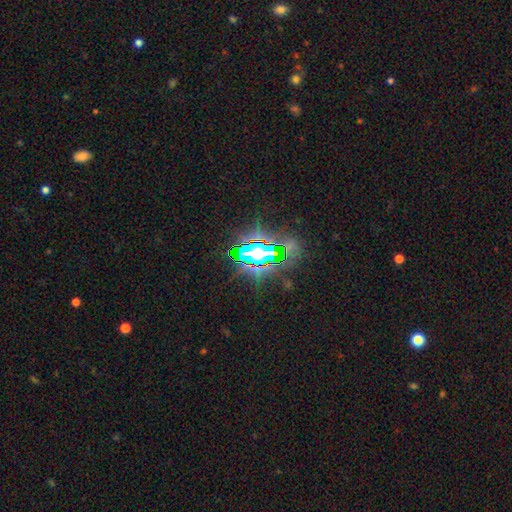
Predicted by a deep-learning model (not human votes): Smooth or featured?
  - star or artifact: 79% *
  - smooth: 11%
  - featured or disk: 9%